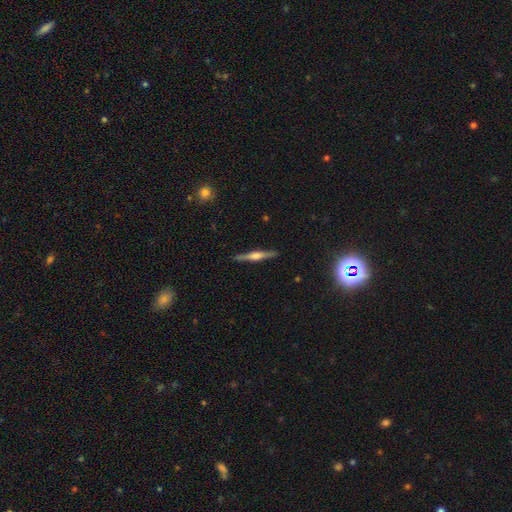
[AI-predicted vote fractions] This appears to be a featured or disk galaxy (72%) viewed edge-on (98%) with a rounded central bulge (72%). Merging: none (91%).